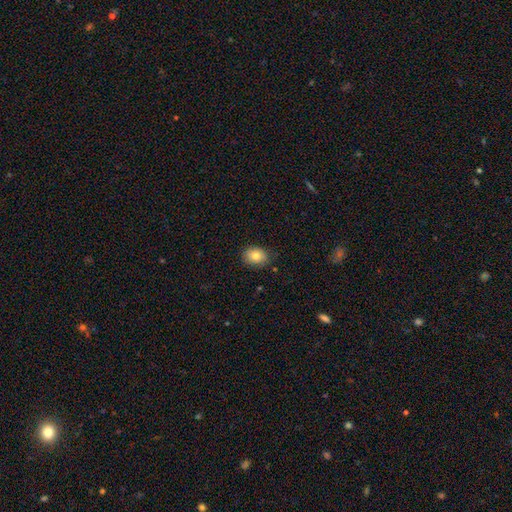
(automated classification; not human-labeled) This is clearly a smooth galaxy (81%). How rounded: likely in between (61%). Merging: clearly none (83%).